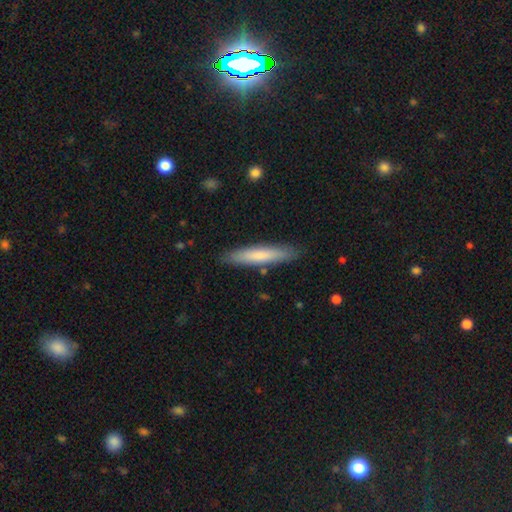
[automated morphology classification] A smooth galaxy with no disk features (73%) that is cigar-shaped (91%). Merging: none (89%).